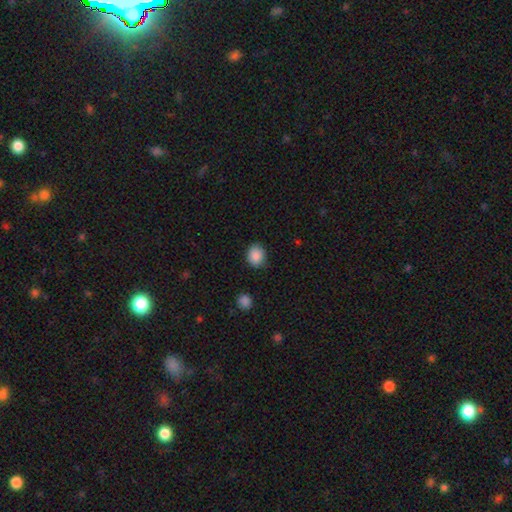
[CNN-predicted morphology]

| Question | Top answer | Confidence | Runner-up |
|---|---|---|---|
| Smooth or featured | smooth | 88% | star or artifact (9%) |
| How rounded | round | 58% | in between (41%) |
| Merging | none | 81% | minor disturbance (14%) |